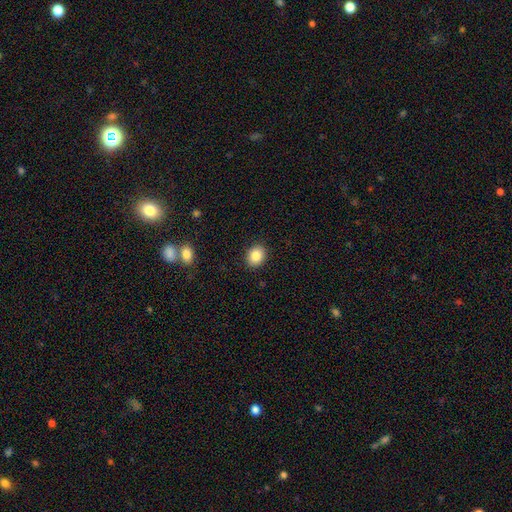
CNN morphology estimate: A smooth galaxy with no disk features (85%) that is round (53%). Merging: none (90%).